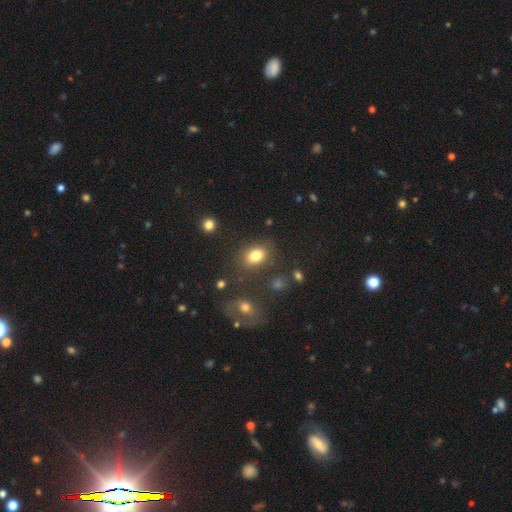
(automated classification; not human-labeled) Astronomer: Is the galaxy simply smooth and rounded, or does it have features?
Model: smooth — 81%.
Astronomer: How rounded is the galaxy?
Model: in between — 70%.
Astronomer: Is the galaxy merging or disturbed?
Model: none — 78%.